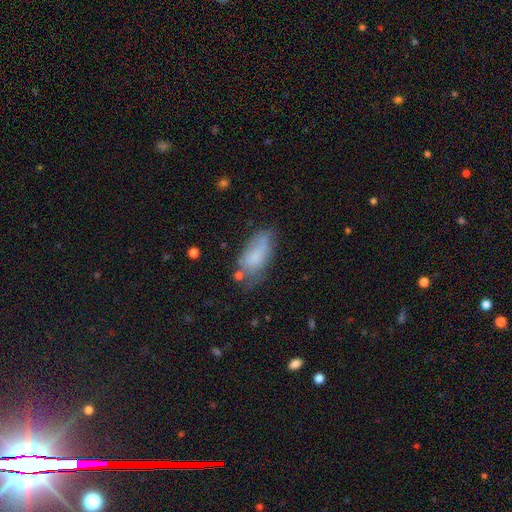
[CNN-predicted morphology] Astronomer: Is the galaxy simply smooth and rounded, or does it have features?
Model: smooth — 73%.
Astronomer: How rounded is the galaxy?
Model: in between — 87%.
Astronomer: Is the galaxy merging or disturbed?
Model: none — 48% (runner-up: minor disturbance, 31%).